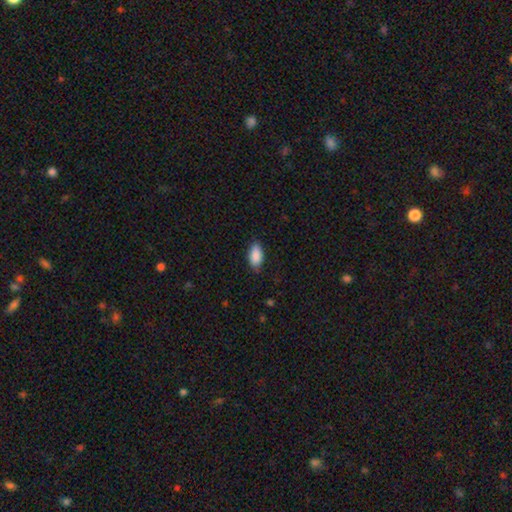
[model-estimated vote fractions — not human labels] smooth-or-featured: smooth: 89% | star or artifact: 6% | featured or disk: 5%
  how-rounded: in between: 92% | cigar-shaped: 6% | round: 3%
  merging: none: 81% | minor disturbance: 15% | major disturbance: 3% | merger: 1%